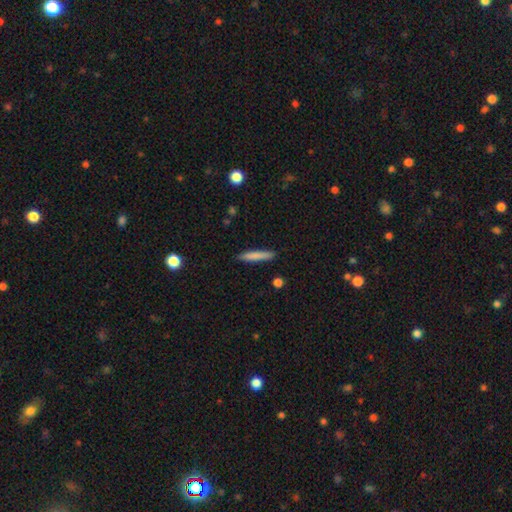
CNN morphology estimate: This is likely a smooth galaxy (80%). How rounded: clearly cigar-shaped (92%). Merging: clearly none (87%).